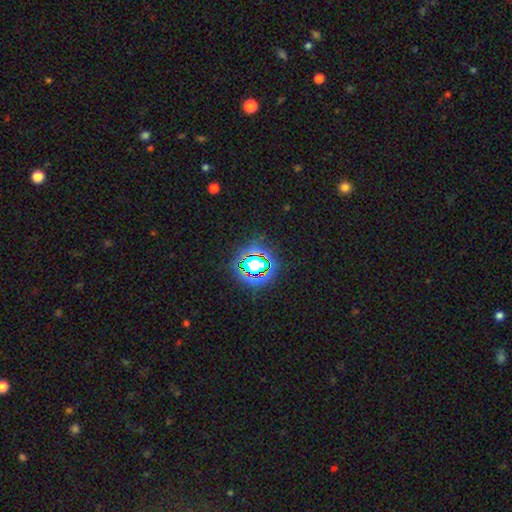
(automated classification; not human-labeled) A star or artifact, not a galaxy (67%).